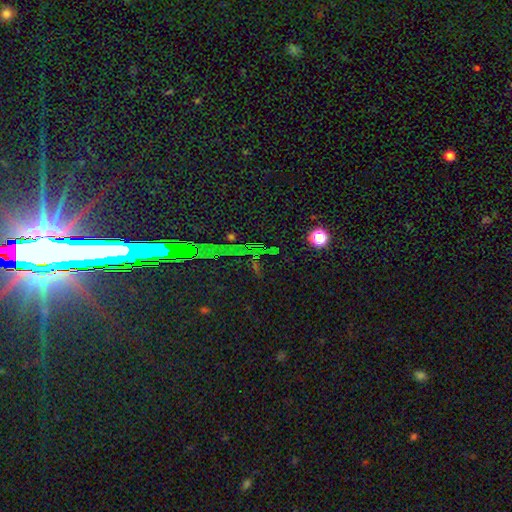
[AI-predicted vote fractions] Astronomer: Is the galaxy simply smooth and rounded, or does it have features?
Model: star or artifact — 74%.